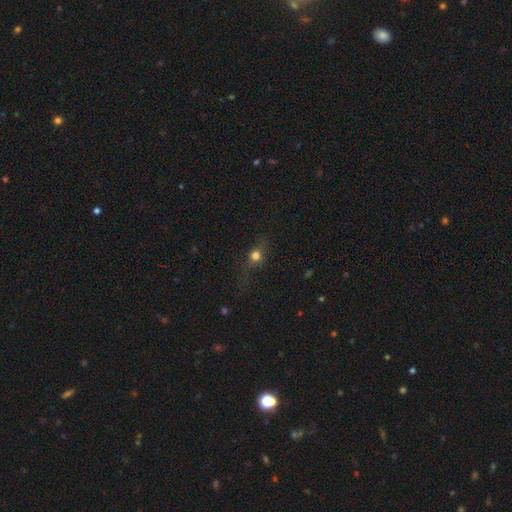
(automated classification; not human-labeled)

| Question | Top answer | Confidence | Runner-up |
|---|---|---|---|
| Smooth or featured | smooth | 61% | featured or disk (20%) |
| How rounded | round | 60% | in between (30%) |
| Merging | none | 70% | minor disturbance (18%) |